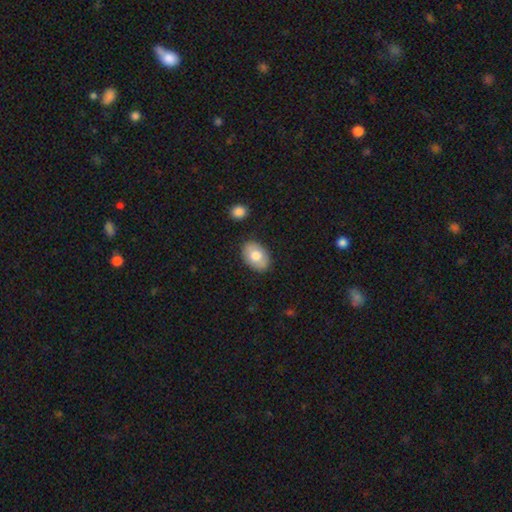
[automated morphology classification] A smooth galaxy with no disk features (76%) that is in between round and cigar-shaped (83%). Merging: none (84%).